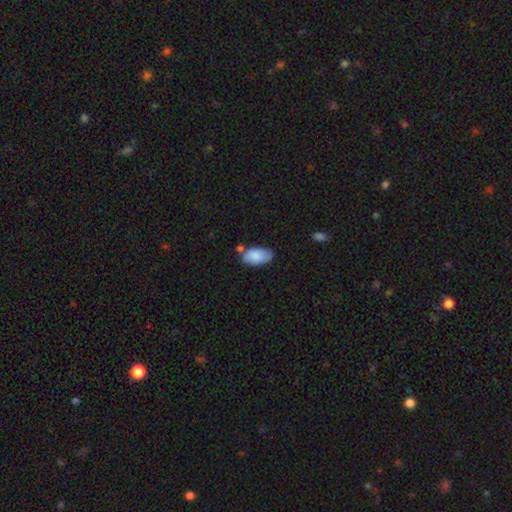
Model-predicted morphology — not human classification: Q: Smooth or featured?
A: smooth (86%); runner-up: featured or disk (8%)
Q: How rounded?
A: in between (95%); runner-up: round (3%)
Q: Merging?
A: none (61%); runner-up: minor disturbance (22%)